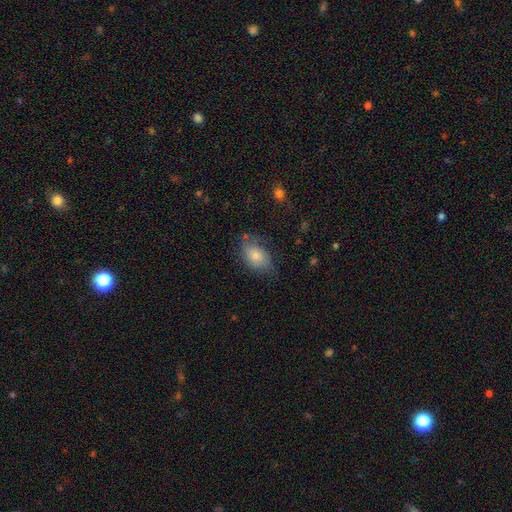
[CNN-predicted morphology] Smooth or featured: smooth — 76% (featured or disk — 16%)
How rounded: in between — 89% (round — 10%)
Merging: none — 57% (minor disturbance — 29%)